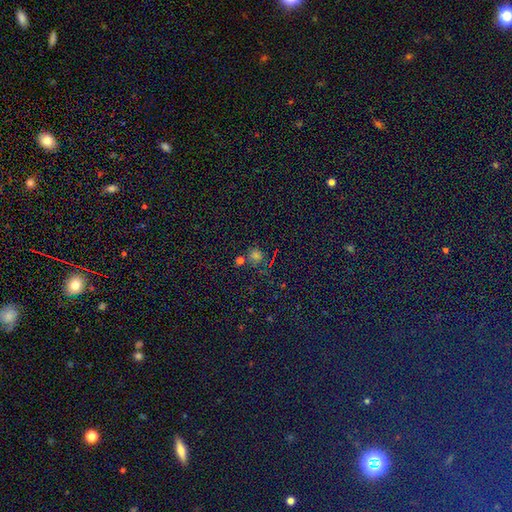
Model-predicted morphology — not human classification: This appears to be a smooth galaxy with no disk features (50%) that is round (87%). Merging: none (69%).